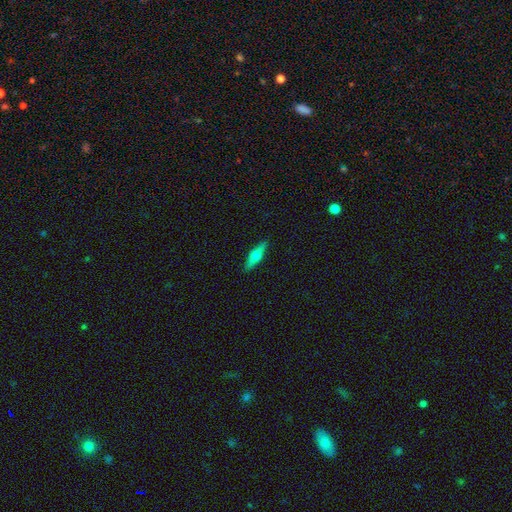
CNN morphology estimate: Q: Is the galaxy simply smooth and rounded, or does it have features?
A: smooth — 48%.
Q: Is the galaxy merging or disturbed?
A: none — 90%.